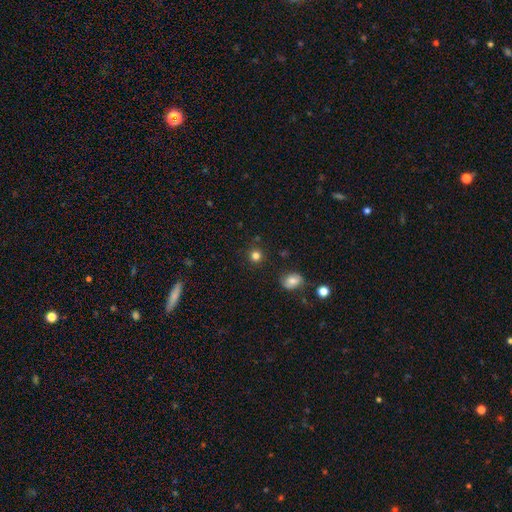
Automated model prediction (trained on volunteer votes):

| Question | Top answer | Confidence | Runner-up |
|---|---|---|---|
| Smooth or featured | smooth | 81% | star or artifact (14%) |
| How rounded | round | 92% | in between (8%) |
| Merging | none | 87% | minor disturbance (8%) |